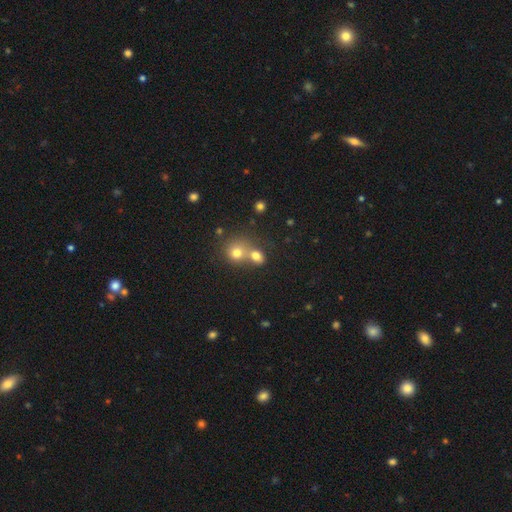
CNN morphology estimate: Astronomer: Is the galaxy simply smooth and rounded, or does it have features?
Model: smooth — 75%.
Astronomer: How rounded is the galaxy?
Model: round — 54% (runner-up: in between, 45%).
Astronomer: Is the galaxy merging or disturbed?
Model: merger — 50% (runner-up: none, 37%).